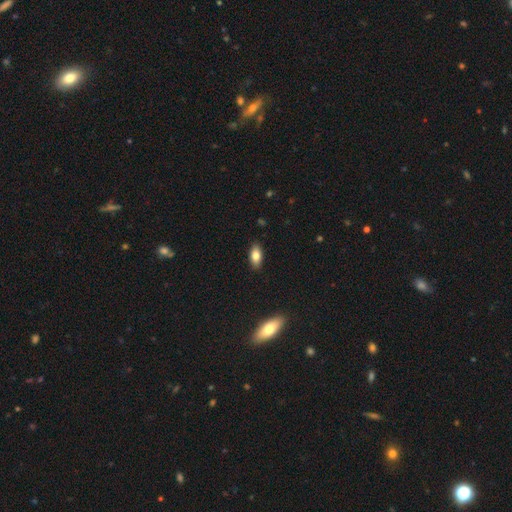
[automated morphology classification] Overall: smooth (79%). How rounded: in between (88%). Merging: none (88%).